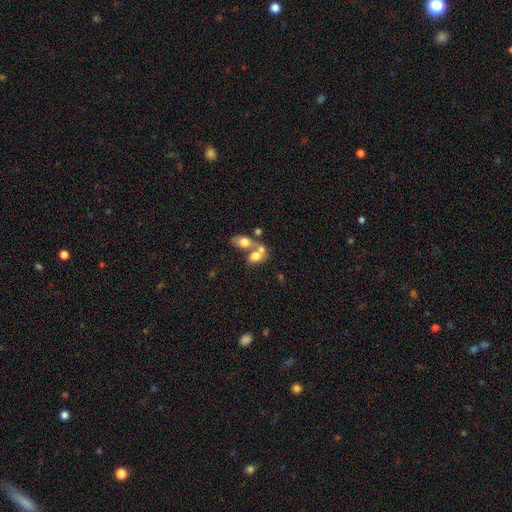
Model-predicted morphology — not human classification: type=smooth (61%); roundness=in between (62%); merging=merger (63%).